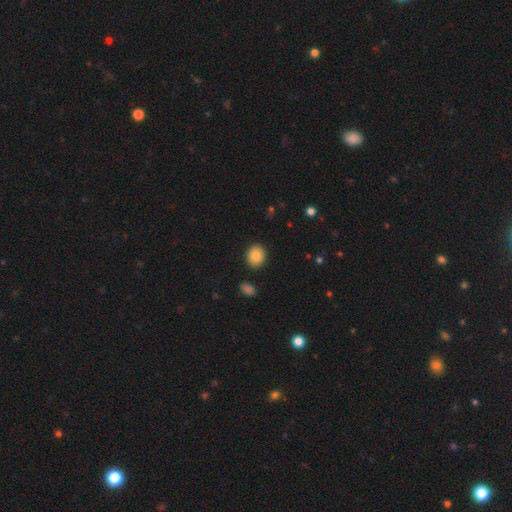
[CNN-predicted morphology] This is clearly a smooth galaxy (85%). How rounded: likely round (65%). Merging: clearly none (89%).